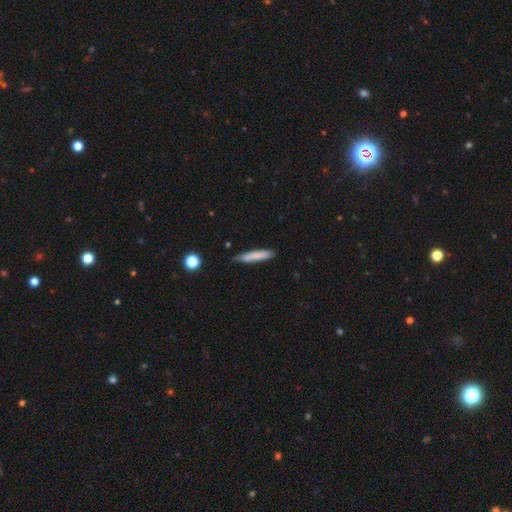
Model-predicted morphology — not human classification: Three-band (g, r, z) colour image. It shows a smooth galaxy with no disk features (76%) that is cigar-shaped (88%). Merging: none (75%).